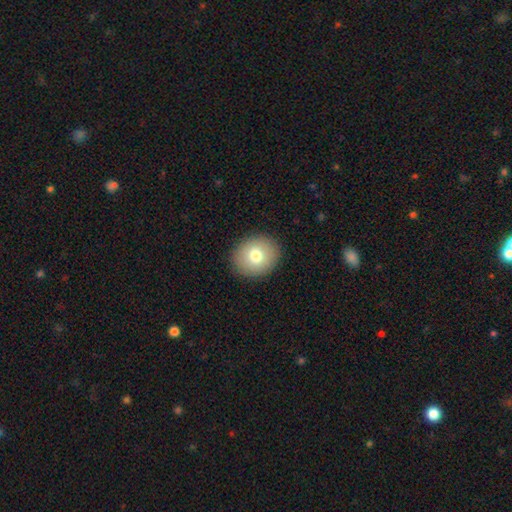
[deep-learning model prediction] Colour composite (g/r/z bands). It shows a smooth galaxy with no disk features (76%) that is round (69%). Merging: none (91%).